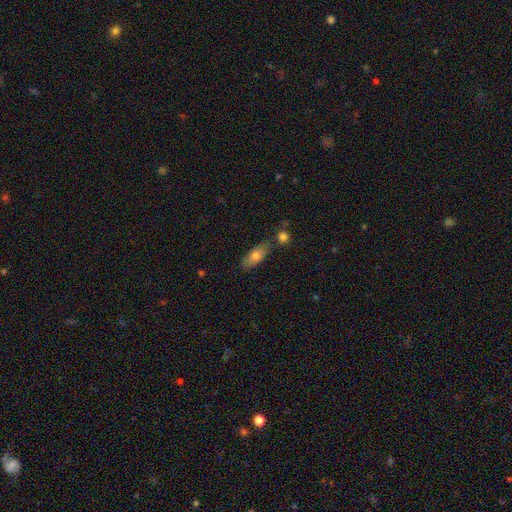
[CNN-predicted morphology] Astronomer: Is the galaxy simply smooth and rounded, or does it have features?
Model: smooth — 73%.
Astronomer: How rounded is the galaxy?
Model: in between — 75%.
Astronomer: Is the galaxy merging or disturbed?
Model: none — 70%.